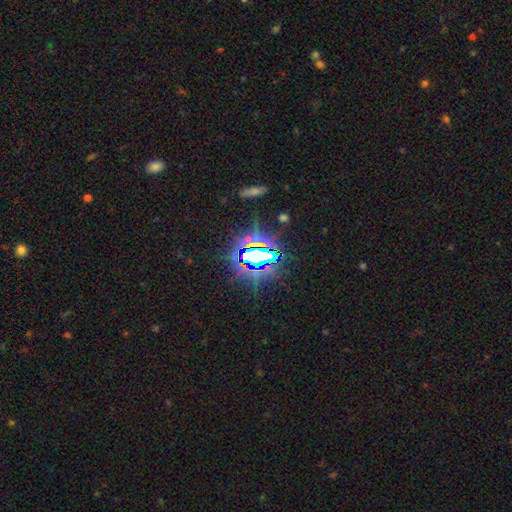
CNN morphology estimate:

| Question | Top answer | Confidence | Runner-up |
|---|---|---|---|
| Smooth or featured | star or artifact | 76% | featured or disk (12%) |